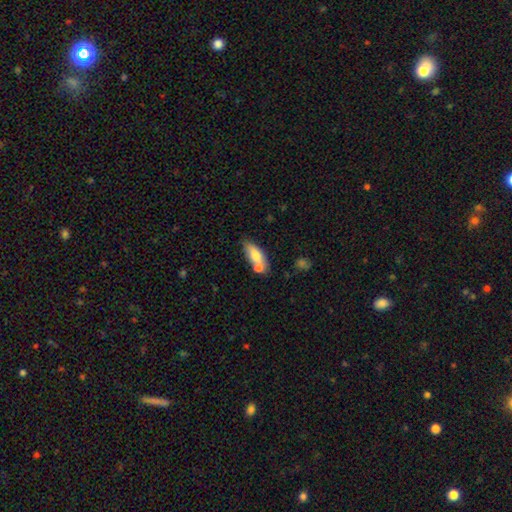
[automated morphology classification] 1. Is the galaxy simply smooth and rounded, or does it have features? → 74% smooth, 19% featured or disk, 7% star or artifact.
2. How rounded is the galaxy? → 73% in between, 23% cigar-shaped, 3% round.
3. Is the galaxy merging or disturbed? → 48% none, 31% merger, 15% minor disturbance, 5% major disturbance.